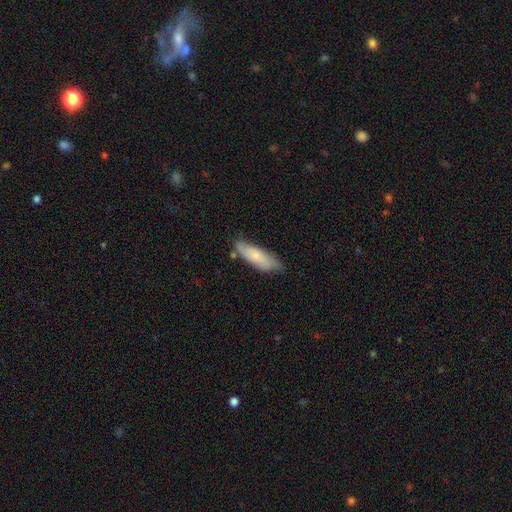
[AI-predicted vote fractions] smooth-or-featured: smooth: 67% | featured or disk: 27% | star or artifact: 6%
  how-rounded: in between: 55% | cigar-shaped: 44% | round: 2%
  merging: none: 67% | minor disturbance: 26% | major disturbance: 4% | merger: 3%